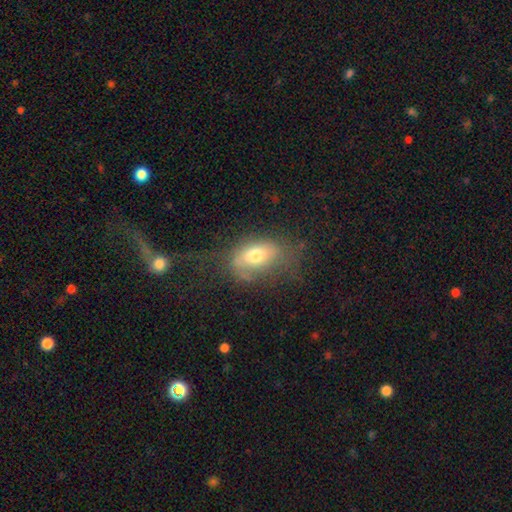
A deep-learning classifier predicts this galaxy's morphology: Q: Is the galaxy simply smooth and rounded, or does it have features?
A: smooth — 62%.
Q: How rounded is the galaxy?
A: in between — 86%.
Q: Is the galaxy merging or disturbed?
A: none — 39%.